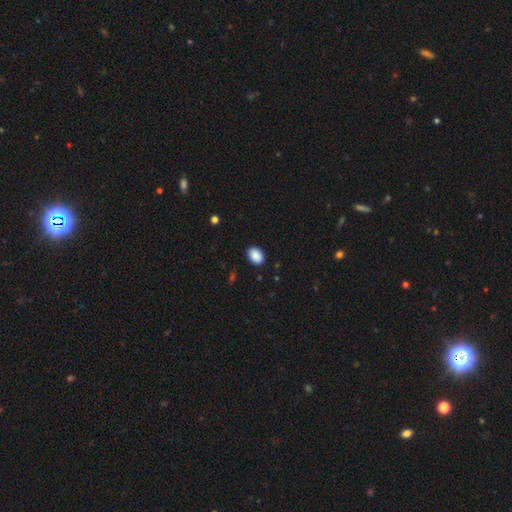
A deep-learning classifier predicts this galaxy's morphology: smooth 90%, star or artifact 8%, featured or disk 3%. Down the decision tree: how rounded — in between (75%); merging — none (89%).